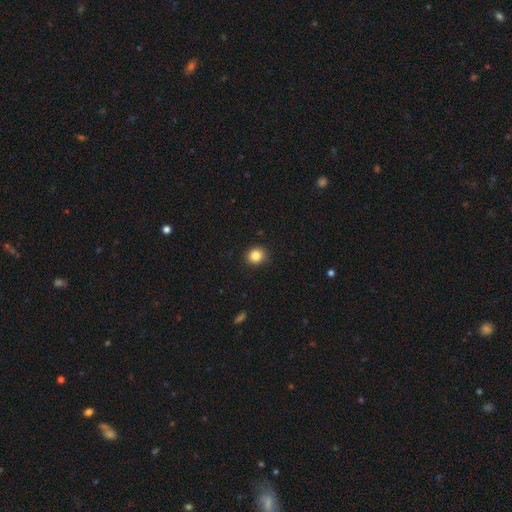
smooth 88%, star or artifact 10%, featured or disk 2%. Down the decision tree: how rounded — round (89%); merging — none (86%).